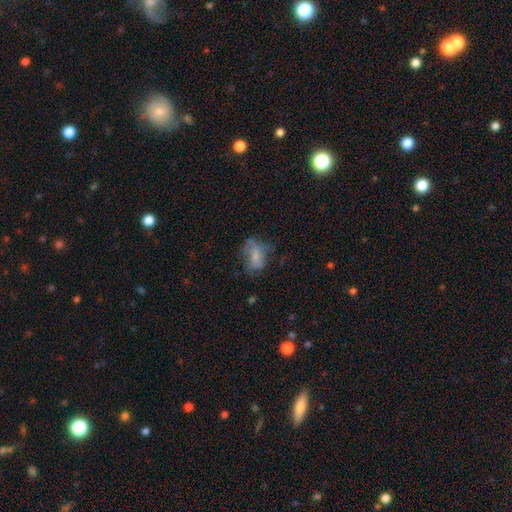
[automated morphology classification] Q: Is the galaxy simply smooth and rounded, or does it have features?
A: smooth — 51%.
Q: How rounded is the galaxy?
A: in between — 82%.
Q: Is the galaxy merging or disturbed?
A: none — 45%.